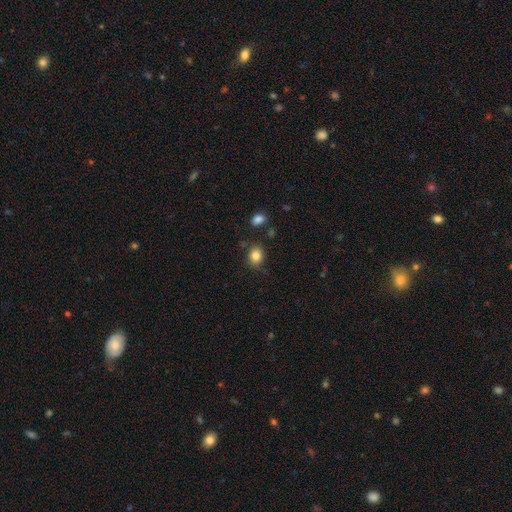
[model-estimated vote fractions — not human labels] Morphology: type=smooth (84%); roundness=in between (51%); merging=none (81%).